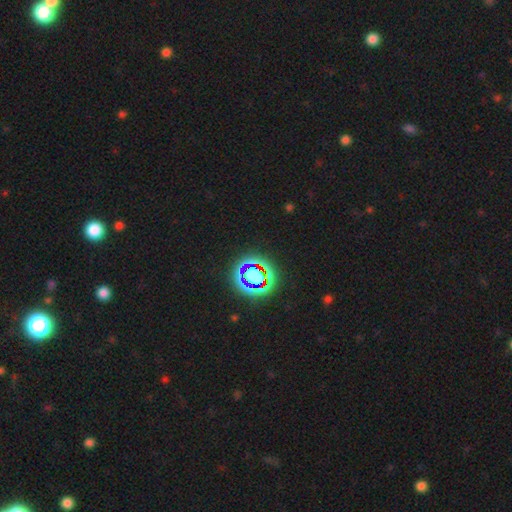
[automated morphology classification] star or artifact 82%, smooth 12%, featured or disk 6%.